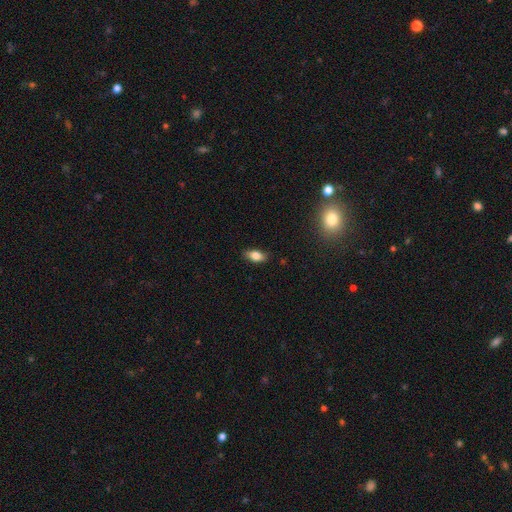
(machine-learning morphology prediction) type=smooth (79%); roundness=in between (85%); merging=none (82%).